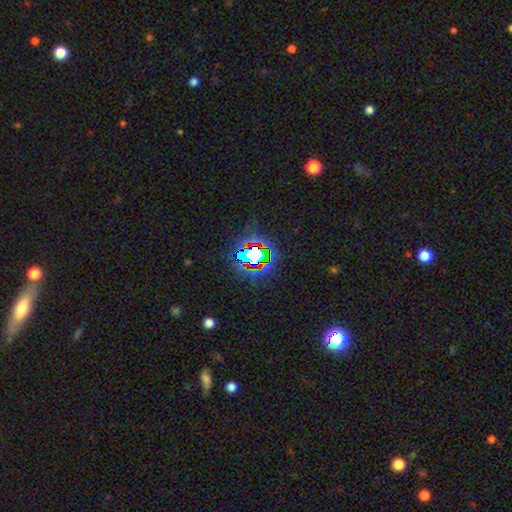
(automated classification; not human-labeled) The model was most divided on "smooth or featured": star or artifact: 81%, smooth: 11%, featured or disk: 8%.